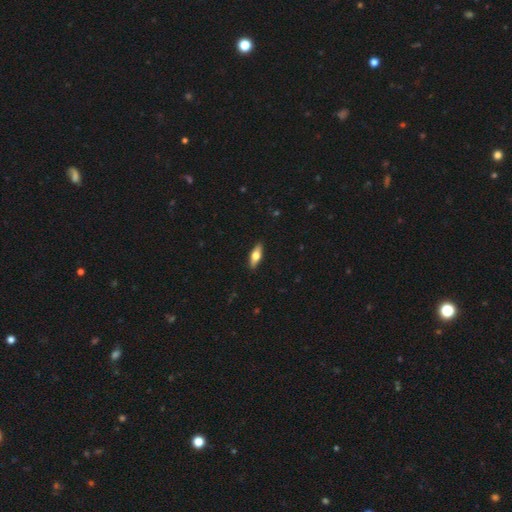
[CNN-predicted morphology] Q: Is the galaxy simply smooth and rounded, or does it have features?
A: smooth — 58%.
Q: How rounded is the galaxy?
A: in between — 61%.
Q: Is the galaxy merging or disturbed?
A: none — 90%.